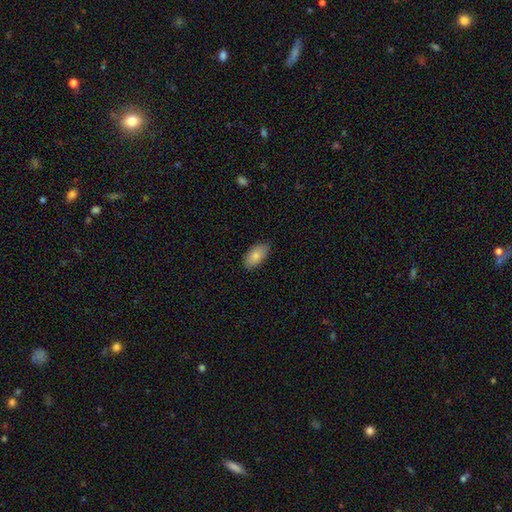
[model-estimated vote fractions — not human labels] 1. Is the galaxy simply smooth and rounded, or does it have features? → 83% smooth, 10% featured or disk, 7% star or artifact.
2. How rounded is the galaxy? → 94% in between, 3% round, 3% cigar-shaped.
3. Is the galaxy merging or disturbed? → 85% none, 12% minor disturbance, 2% major disturbance, 1% merger.